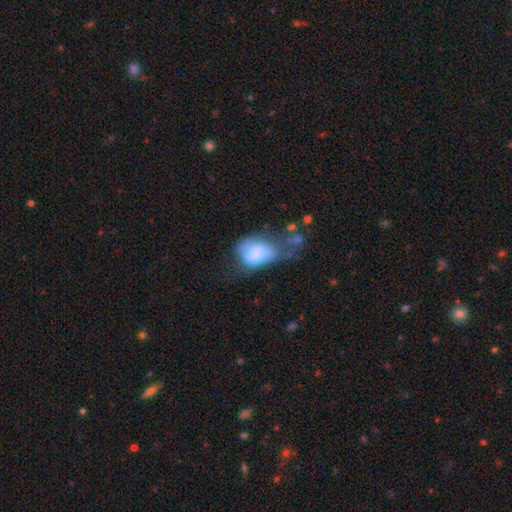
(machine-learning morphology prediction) A smooth galaxy with no disk features (64%) that is in between round and cigar-shaped (82%). Merging: major disturbance (43%).